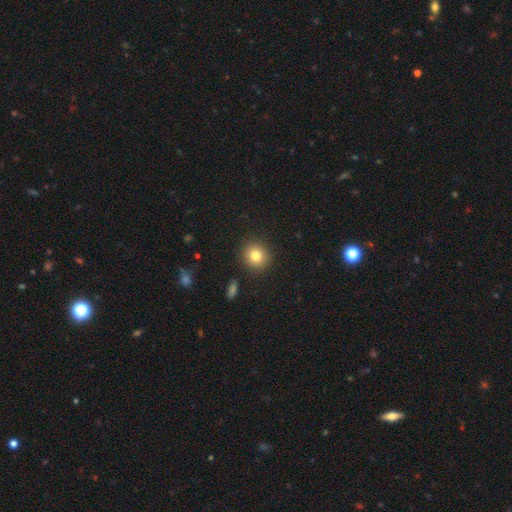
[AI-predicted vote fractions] Smooth or featured: smooth — 81% (star or artifact — 11%)
How rounded: round — 90% (in between — 9%)
Merging: none — 91% (minor disturbance — 6%)